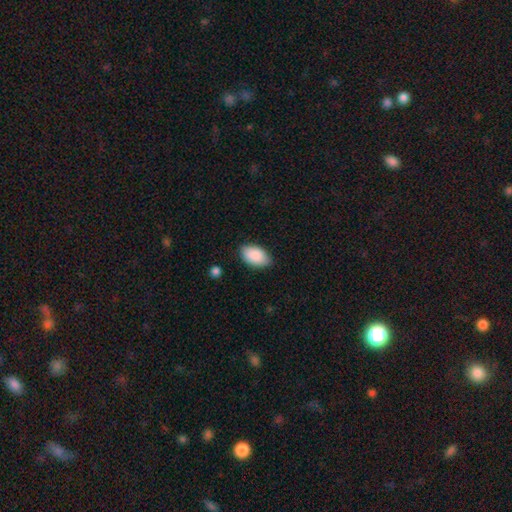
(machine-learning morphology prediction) This appears to be a smooth galaxy with no disk features (90%) that is in between round and cigar-shaped (94%). Merging: none (83%).